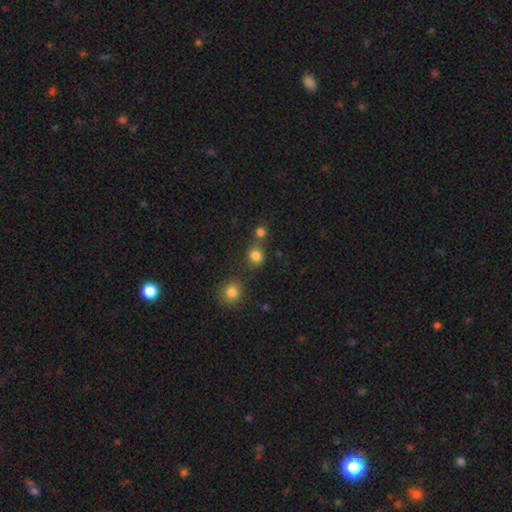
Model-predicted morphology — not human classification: Q: Smooth or featured?
A: smooth (81%); runner-up: star or artifact (14%)
Q: How rounded?
A: round (83%); runner-up: in between (16%)
Q: Merging?
A: none (68%); runner-up: merger (19%)